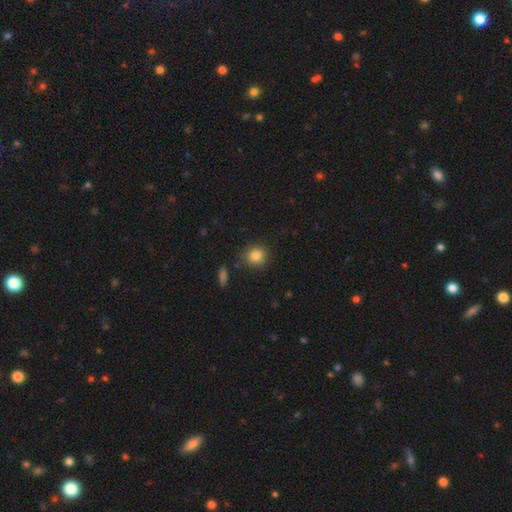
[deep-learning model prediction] This is clearly a smooth galaxy (84%). How rounded: clearly round (86%). Merging: clearly none (82%).